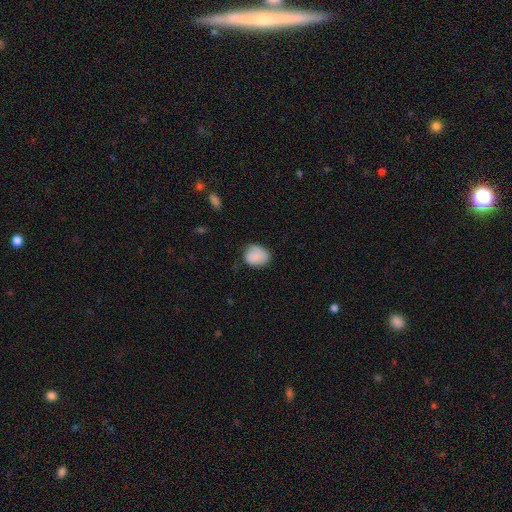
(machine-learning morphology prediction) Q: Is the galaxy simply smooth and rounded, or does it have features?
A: smooth — 85%.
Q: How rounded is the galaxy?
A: round — 56%.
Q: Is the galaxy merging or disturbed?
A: none — 65%.